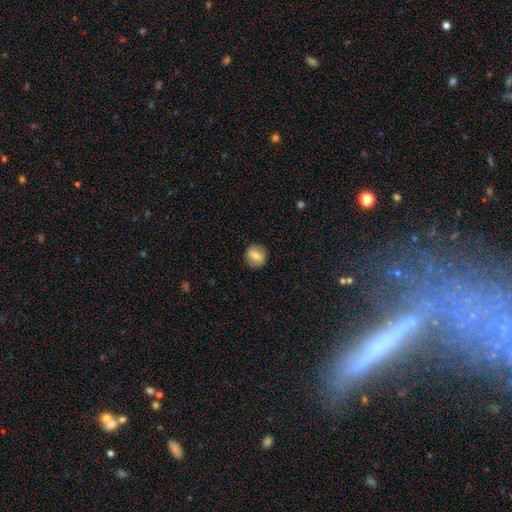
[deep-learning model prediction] Smooth or featured? Predicted: smooth (p=0.76). How rounded? Predicted: round (p=0.86). Merging? Predicted: none (p=0.88).